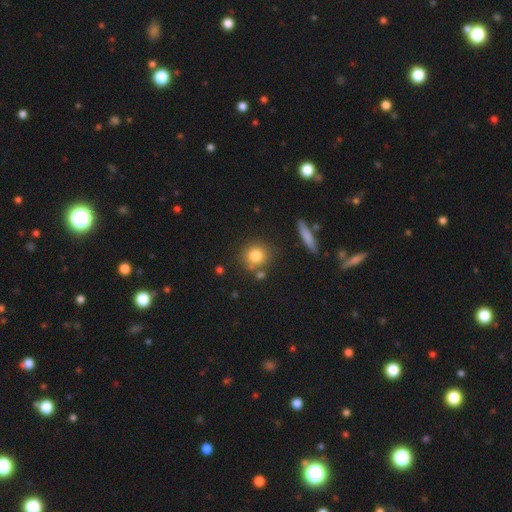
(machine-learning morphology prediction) Smooth or featured? smooth (81%)
How rounded? round (87%)
Merging? none (74%)